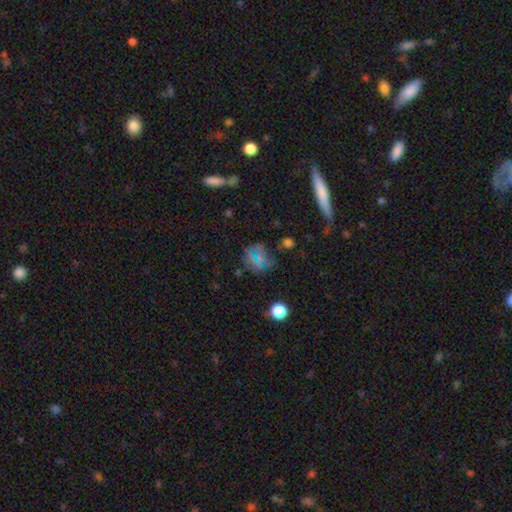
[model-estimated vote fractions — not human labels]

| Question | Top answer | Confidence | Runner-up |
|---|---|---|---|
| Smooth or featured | smooth | 50% | star or artifact (35%) |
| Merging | none | 70% | minor disturbance (16%) |